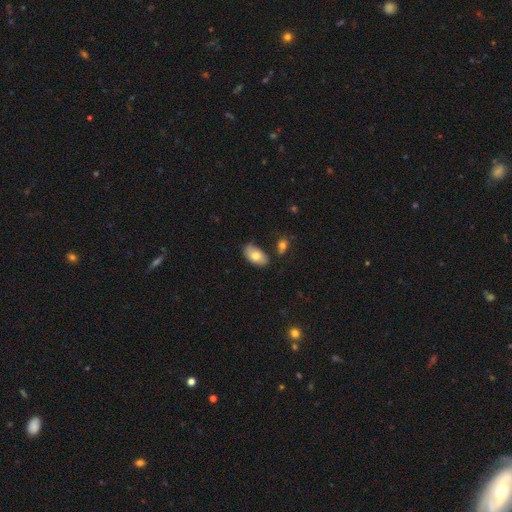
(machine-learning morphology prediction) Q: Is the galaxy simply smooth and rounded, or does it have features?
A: smooth — 73%.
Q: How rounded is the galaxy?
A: in between — 93%.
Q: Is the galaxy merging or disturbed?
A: none — 68%.